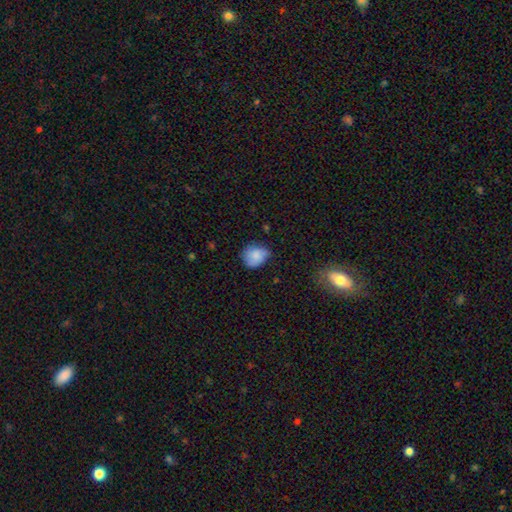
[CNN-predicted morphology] Q: Smooth or featured?
A: smooth (82%); runner-up: featured or disk (10%)
Q: How rounded?
A: round (62%); runner-up: in between (37%)
Q: Merging?
A: none (54%); runner-up: minor disturbance (36%)